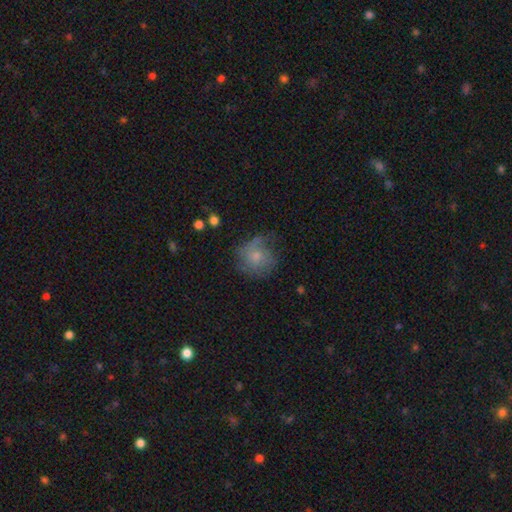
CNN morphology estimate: smooth_or_featured: smooth (p=0.65) [alt: featured or disk p=0.26]
how_rounded: round (p=0.80) [alt: in between p=0.19]
merging: none (p=0.51) [alt: minor disturbance p=0.29]